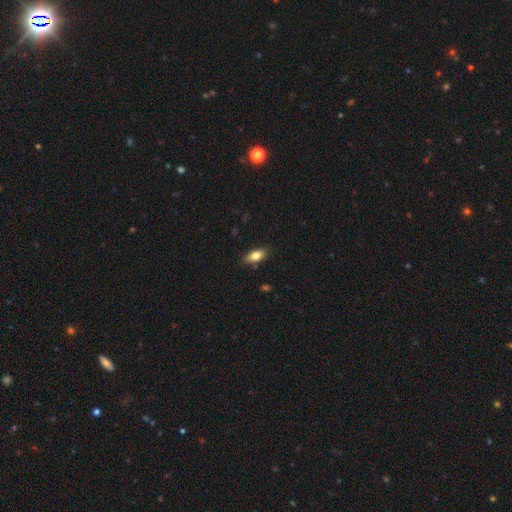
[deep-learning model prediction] A smooth galaxy with no disk features (80%) that is in between round and cigar-shaped (85%). Merging: none (84%).